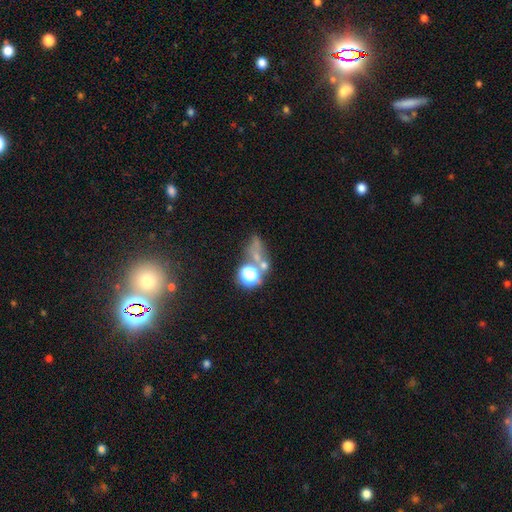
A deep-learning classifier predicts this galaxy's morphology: type=star or artifact (44%).